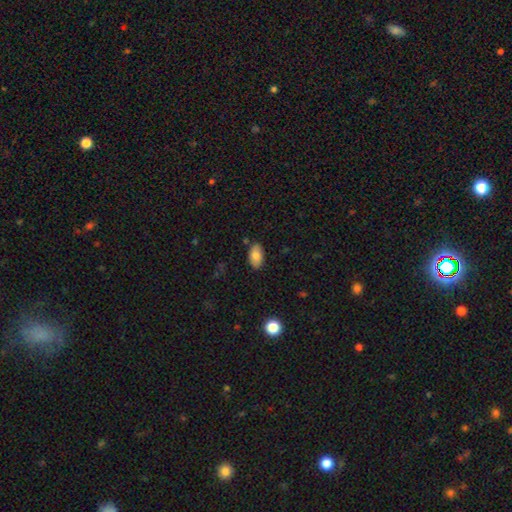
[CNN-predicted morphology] Smooth or featured? Predicted: smooth (p=0.80). How rounded? Predicted: in between (p=0.94). Merging? Predicted: none (p=0.85).